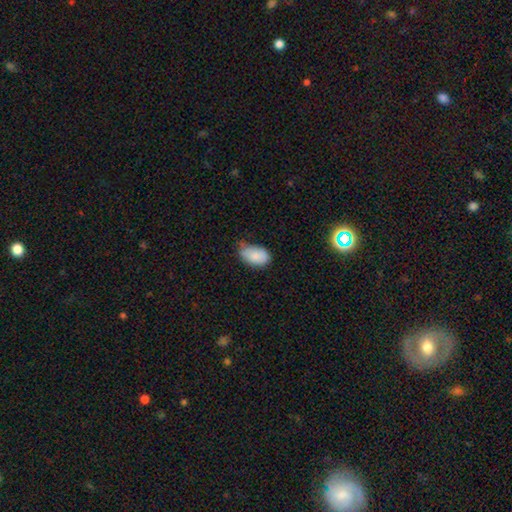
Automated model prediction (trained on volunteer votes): Smooth or featured: smooth — 84% (featured or disk — 9%)
How rounded: in between — 91% (round — 8%)
Merging: none — 45% (minor disturbance — 44%)